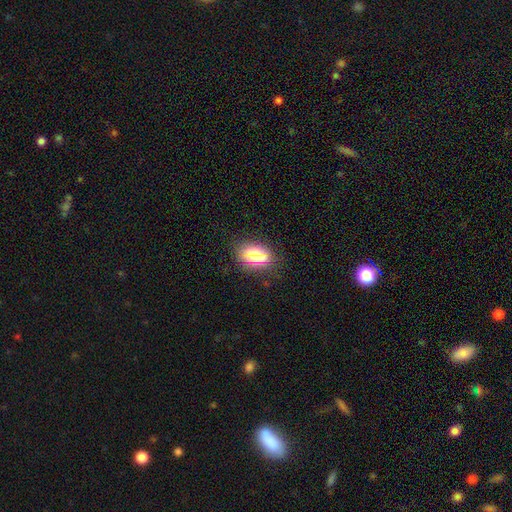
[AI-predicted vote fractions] smooth 70%, star or artifact 17%, featured or disk 13%. Down the decision tree: how rounded — in between (78%); merging — none (82%).